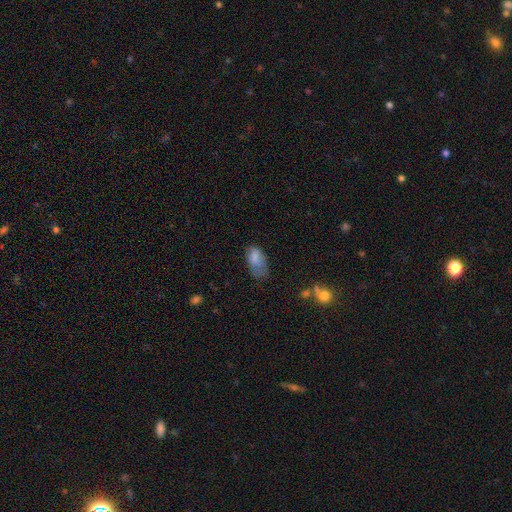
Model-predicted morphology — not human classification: This is likely a smooth galaxy (70%). How rounded: clearly in between (90%). Merging: marginally none (39%).